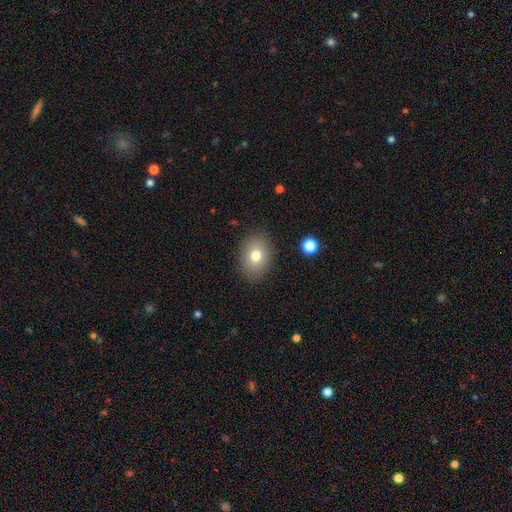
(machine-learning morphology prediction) Overall: smooth (77%). How rounded: in between (68%; round 31%). Merging: none (86%).